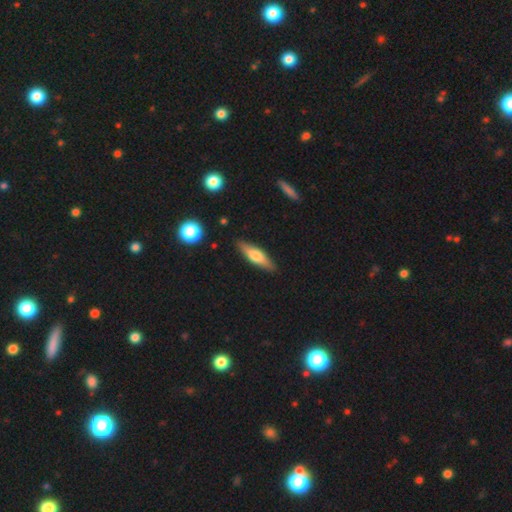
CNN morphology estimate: Q: Smooth or featured?
A: smooth (56%); runner-up: featured or disk (39%)
Q: How rounded?
A: cigar-shaped (64%); runner-up: in between (34%)
Q: Merging?
A: none (87%); runner-up: minor disturbance (9%)